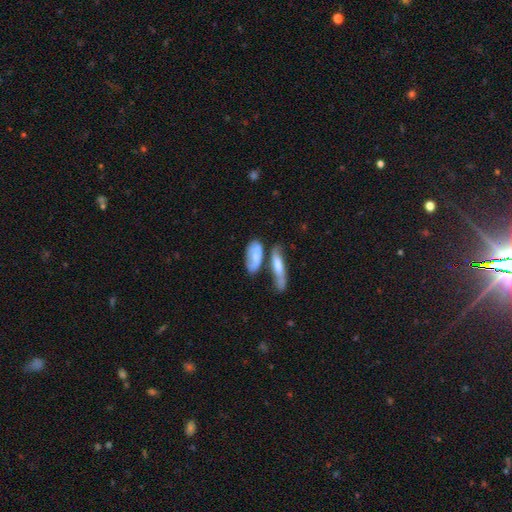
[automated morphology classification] A smooth galaxy with no disk features (57%) that is in between round and cigar-shaped (72%).

Vote fractions:
- Smooth or featured? smooth: 57% / featured or disk: 36% / star or artifact: 6%
- How rounded? in between: 72% / cigar-shaped: 24% / round: 4%
- Merging? none: 45% / merger: 28% / minor disturbance: 19% / major disturbance: 8%